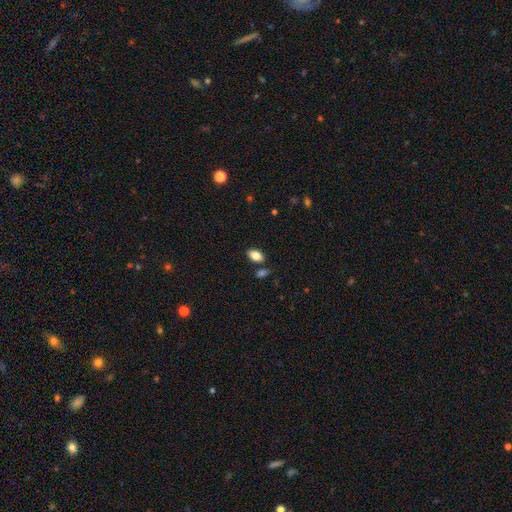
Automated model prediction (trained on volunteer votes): smooth 84%, star or artifact 8%, featured or disk 8%. Down the decision tree: how rounded — in between (91%); merging — none (80%).